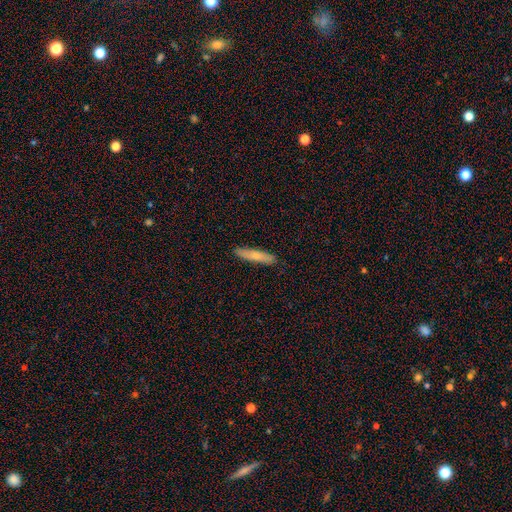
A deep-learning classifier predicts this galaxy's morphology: A smooth galaxy with no disk features (70%) that is cigar-shaped (86%). Merging: none (88%).